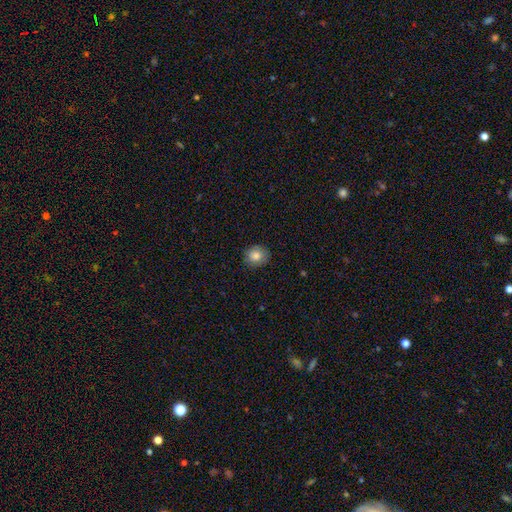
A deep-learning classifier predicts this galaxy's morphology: This is clearly a smooth galaxy (83%). How rounded: clearly round (80%). Merging: clearly none (83%).